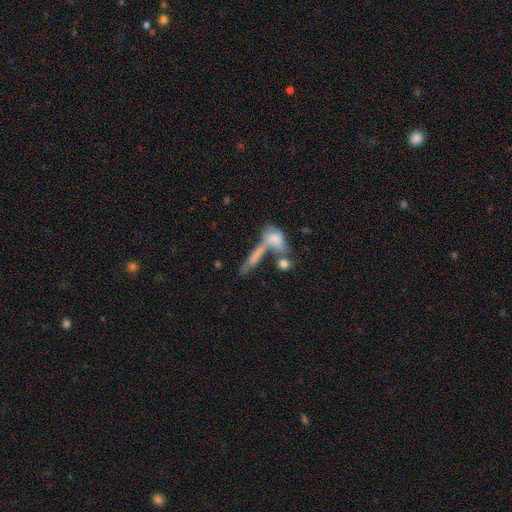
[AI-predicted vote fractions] A smooth galaxy with no disk features (64%) that is cigar-shaped (61%).

Vote fractions:
- Smooth or featured? smooth: 64% / featured or disk: 27% / star or artifact: 9%
- How rounded? cigar-shaped: 61% / in between: 31% / round: 8%
- Merging? merger: 42% / none: 36% / minor disturbance: 12% / major disturbance: 9%